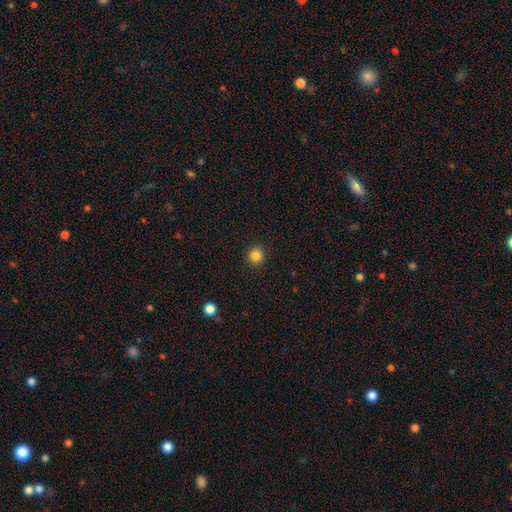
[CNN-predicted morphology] Q: Smooth or featured?
A: smooth (84%); runner-up: star or artifact (12%)
Q: How rounded?
A: round (93%); runner-up: in between (6%)
Q: Merging?
A: none (92%); runner-up: minor disturbance (5%)